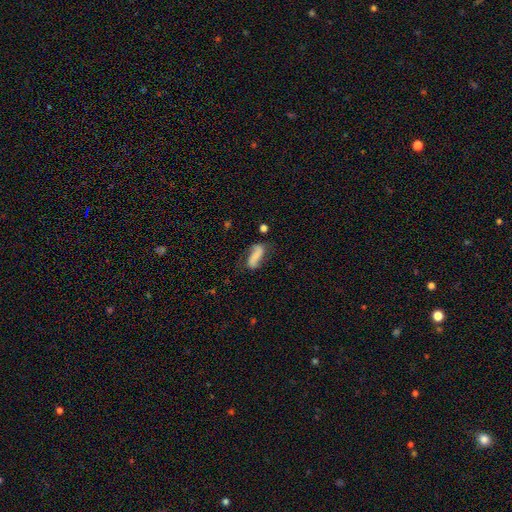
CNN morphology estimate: A featured or disk galaxy (52%).

Vote fractions:
- Smooth or featured? featured or disk: 52% / smooth: 39% / star or artifact: 9%
- Edge-on disk? no: 93% / yes: 7%
- Merging? none: 60% / minor disturbance: 23% / major disturbance: 11% / merger: 5%